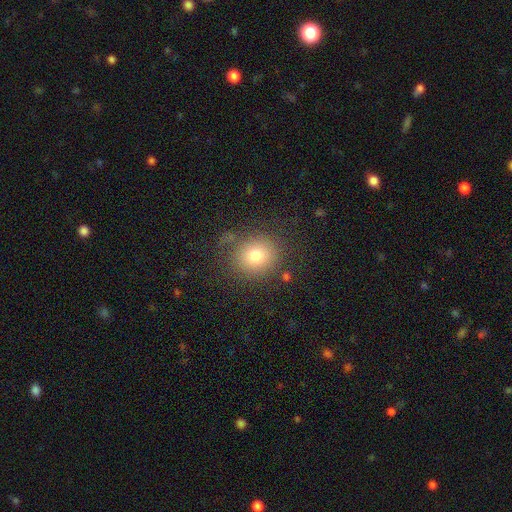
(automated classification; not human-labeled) This appears to be a smooth galaxy with no disk features (77%) that is round (82%). Merging: none (80%).